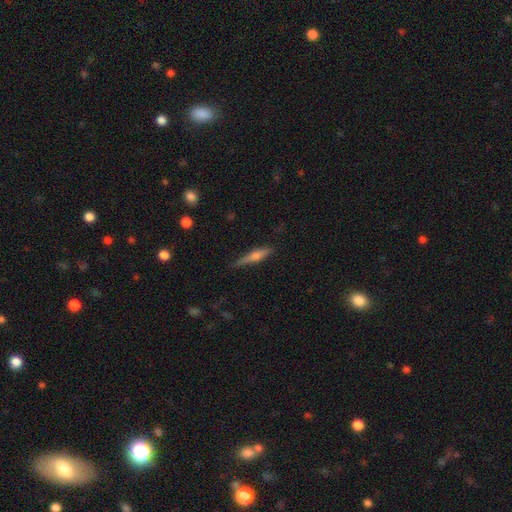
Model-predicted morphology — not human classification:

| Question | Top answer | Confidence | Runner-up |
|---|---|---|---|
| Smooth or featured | featured or disk | 51% | smooth (42%) |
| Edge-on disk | yes | 96% | no (4%) |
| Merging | none | 82% | minor disturbance (14%) |